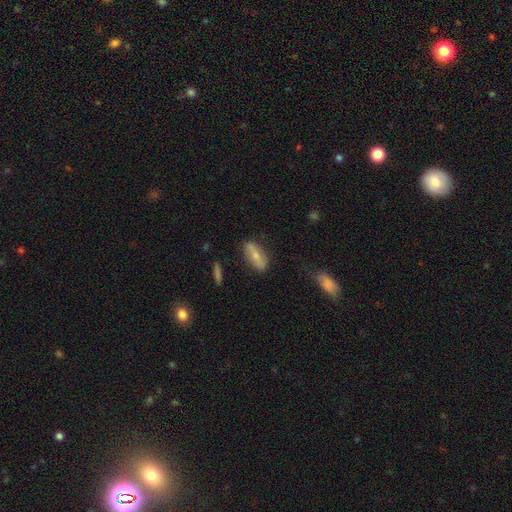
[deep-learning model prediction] Smooth or featured?
  - smooth: 62% *
  - featured or disk: 31%
  - star or artifact: 7%
How rounded?
  - in between: 78% *
  - cigar-shaped: 18%
  - round: 4%
Merging?
  - none: 79% *
  - minor disturbance: 15%
  - major disturbance: 4%
  - merger: 2%